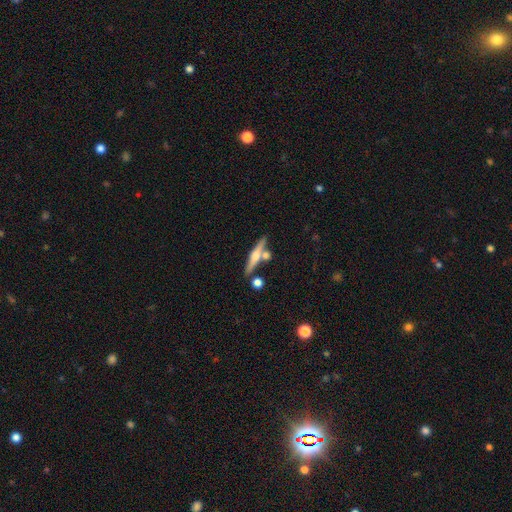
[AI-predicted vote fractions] smooth_or_featured: featured or disk (p=0.61) [alt: smooth p=0.33]
disk_edge_on: yes (p=0.95) [alt: no p=0.05]
edge_on_bulge: rounded (p=0.87) [alt: none p=0.07]
merging: none (p=0.71) [alt: merger p=0.16]